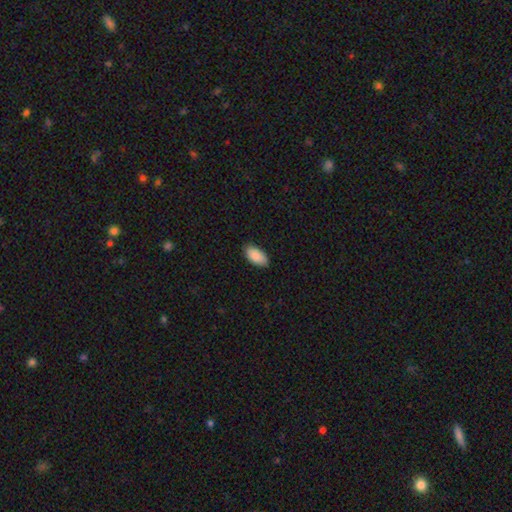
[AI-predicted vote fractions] A smooth galaxy with no disk features (91%) that is in between round and cigar-shaped (95%).

Vote fractions:
- Smooth or featured? smooth: 91% / star or artifact: 6% / featured or disk: 3%
- How rounded? in between: 95% / cigar-shaped: 3% / round: 2%
- Merging? none: 86% / minor disturbance: 11% / major disturbance: 2% / merger: 1%